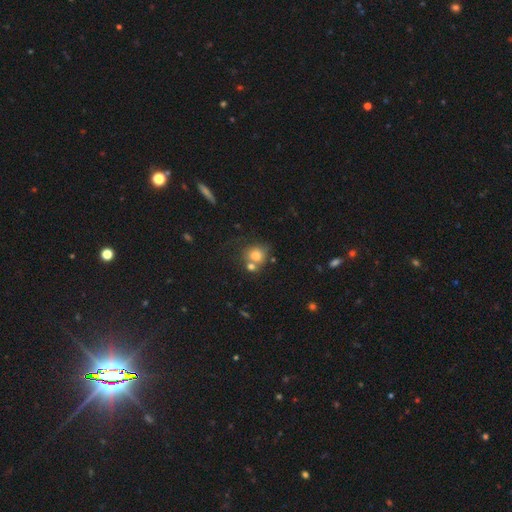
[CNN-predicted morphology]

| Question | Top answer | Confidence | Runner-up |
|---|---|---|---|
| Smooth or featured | smooth | 76% | featured or disk (13%) |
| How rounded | round | 73% | in between (25%) |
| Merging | none | 47% | merger (35%) |